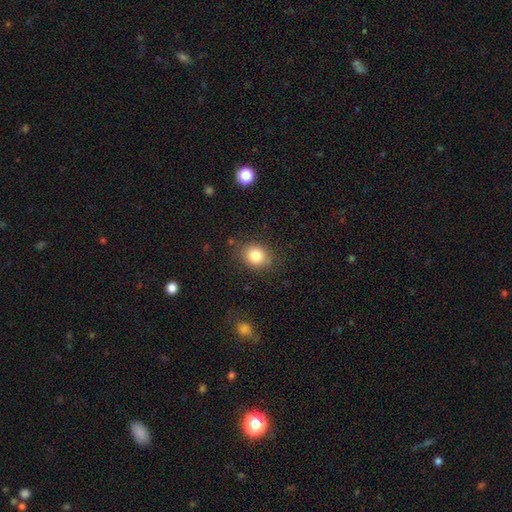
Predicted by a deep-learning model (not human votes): Smooth or featured? Predicted: smooth (p=0.82). How rounded? Predicted: round (p=0.57). Merging? Predicted: none (p=0.80).